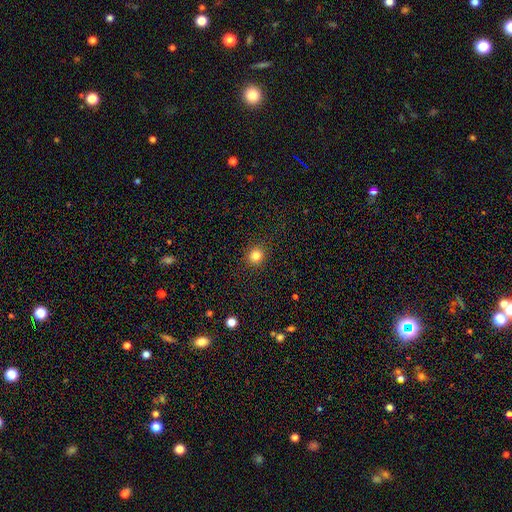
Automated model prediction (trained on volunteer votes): Smooth or featured? smooth (83%)
How rounded? round (85%)
Merging? none (91%)